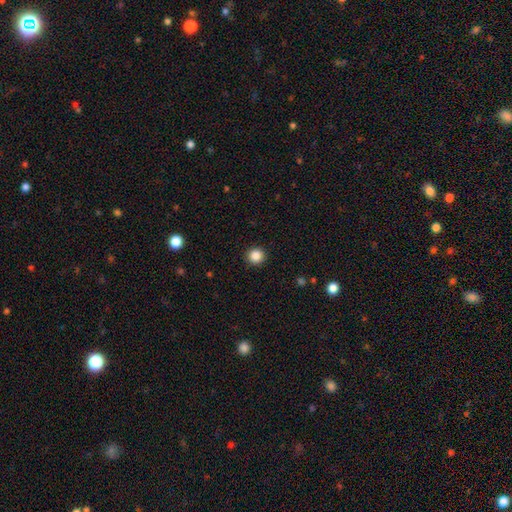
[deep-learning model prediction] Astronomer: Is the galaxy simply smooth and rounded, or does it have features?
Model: smooth — 86%.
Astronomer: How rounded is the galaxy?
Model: round — 93%.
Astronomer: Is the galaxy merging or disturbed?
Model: none — 93%.